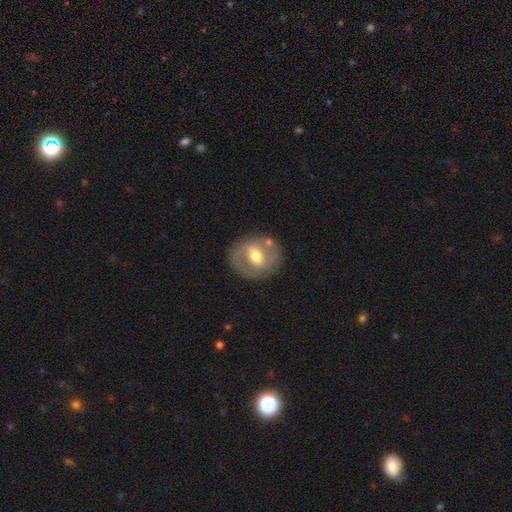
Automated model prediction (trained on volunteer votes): Smooth or featured?
  - featured or disk: 64% *
  - smooth: 30%
  - star or artifact: 6%
Edge-on disk?
  - no: 95% *
  - yes: 5%
Bar?
  - weak: 46% *
  - strong: 32%
  - no: 21%
Spiral arms?
  - yes: 58% *
  - no: 42%
Bulge size?
  - moderate: 70% *
  - small: 18%
  - large: 9%
  - none: 1%
  - dominant: 1%
Merging?
  - none: 77% *
  - minor disturbance: 13%
  - major disturbance: 6%
  - merger: 4%